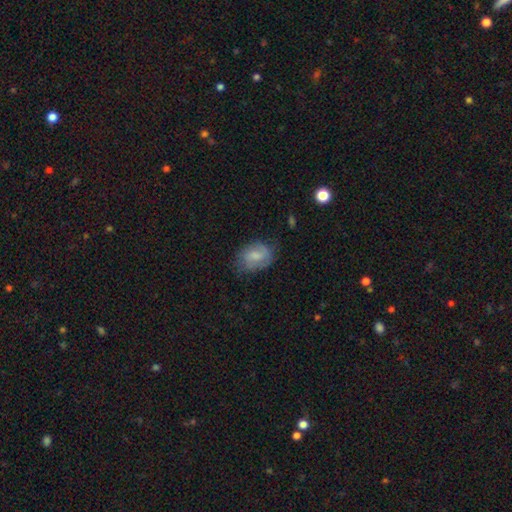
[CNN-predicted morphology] Smooth or featured: smooth — 61% (featured or disk — 31%)
How rounded: in between — 70% (round — 28%)
Merging: none — 60% (minor disturbance — 28%)